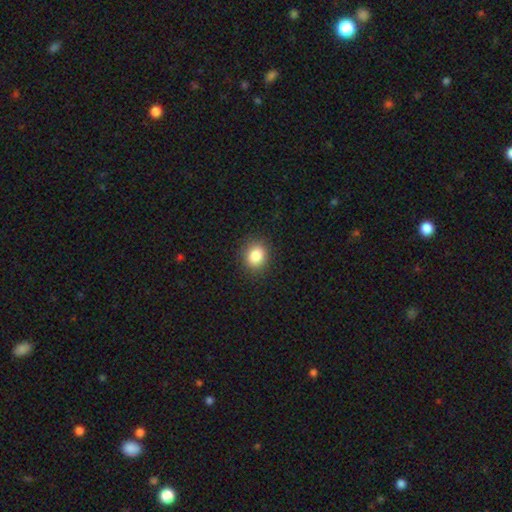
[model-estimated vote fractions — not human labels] Morphology: type=smooth (85%); roundness=round (69%); merging=none (89%).